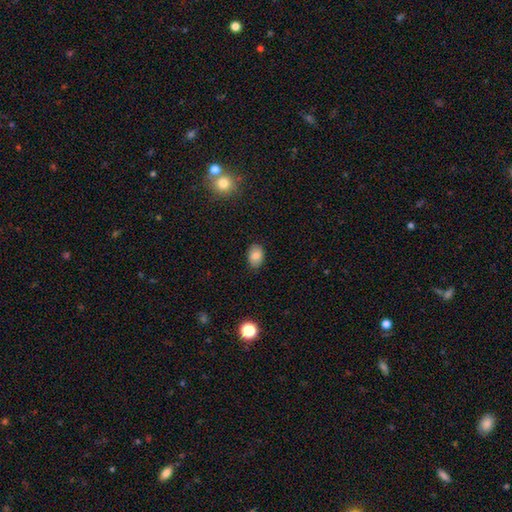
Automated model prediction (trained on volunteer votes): A smooth galaxy with no disk features (83%) that is in between round and cigar-shaped (82%).

Vote fractions:
- Smooth or featured? smooth: 83% / star or artifact: 9% / featured or disk: 8%
- How rounded? in between: 82% / round: 17% / cigar-shaped: 1%
- Merging? none: 86% / minor disturbance: 11% / major disturbance: 2% / merger: 1%